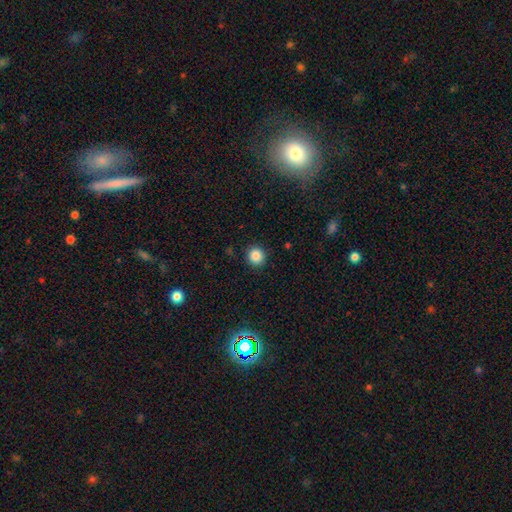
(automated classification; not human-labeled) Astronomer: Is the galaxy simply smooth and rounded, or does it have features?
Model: smooth — 86%.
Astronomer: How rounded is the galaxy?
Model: round — 92%.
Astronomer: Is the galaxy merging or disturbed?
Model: none — 91%.